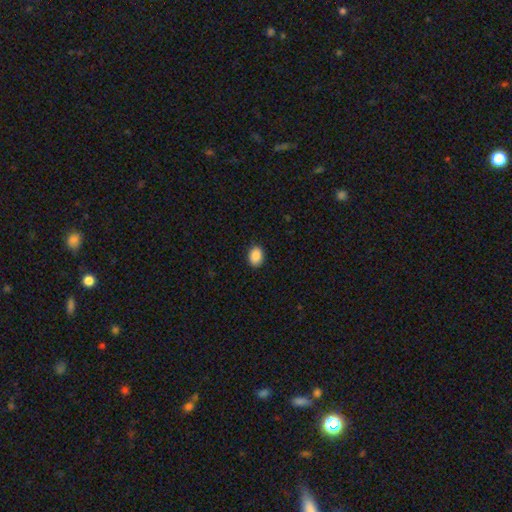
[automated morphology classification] A smooth galaxy with no disk features (90%) that is in between round and cigar-shaped (66%). Merging: none (89%).